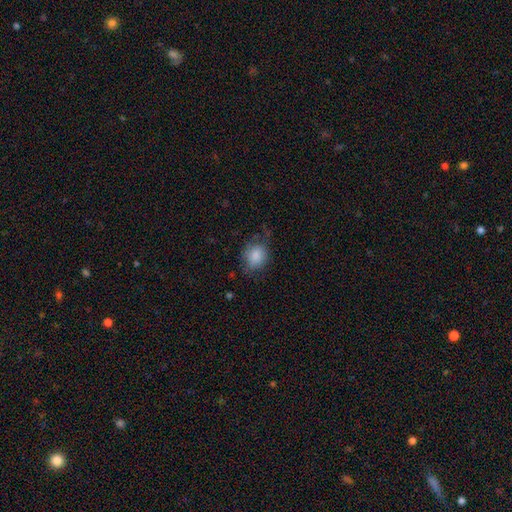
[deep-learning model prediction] Q: Smooth or featured?
A: smooth (83%); runner-up: featured or disk (9%)
Q: How rounded?
A: round (53%); runner-up: in between (46%)
Q: Merging?
A: none (60%); runner-up: minor disturbance (27%)